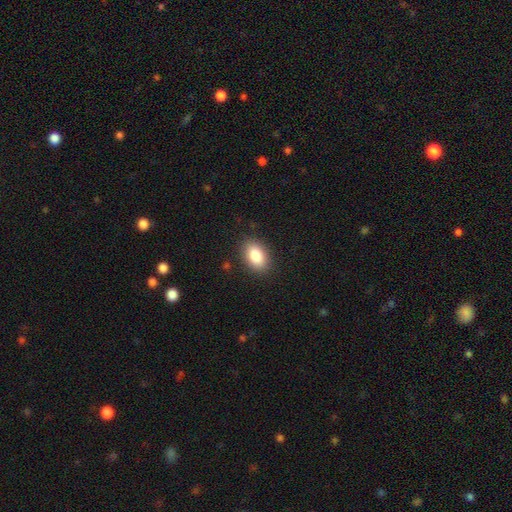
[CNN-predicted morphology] smooth 85%, star or artifact 8%, featured or disk 7%. Down the decision tree: how rounded — in between (88%); merging — none (87%).